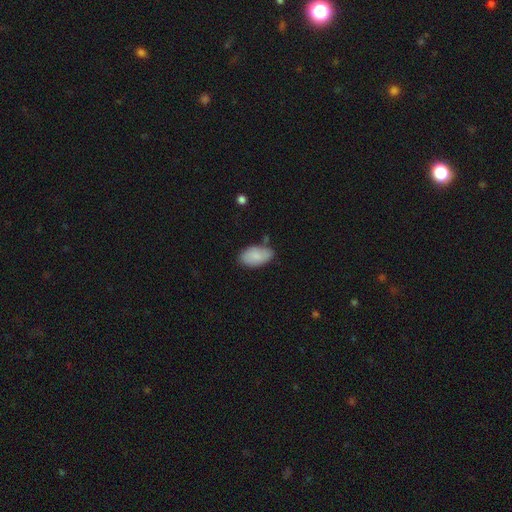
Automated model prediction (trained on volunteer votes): smooth 82%, featured or disk 12%, star or artifact 6%. Down the decision tree: how rounded — in between (95%); merging — none (67%).